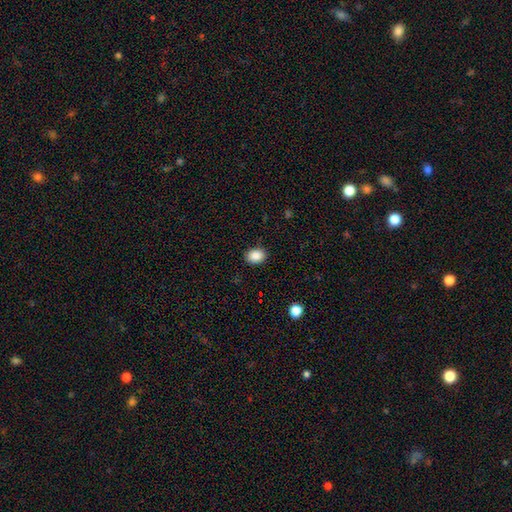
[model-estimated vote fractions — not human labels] The model was most divided on "how rounded": in between: 65%, round: 34%, cigar-shaped: 1%. More confident: merging — none (89%); smooth or featured — smooth (88%).